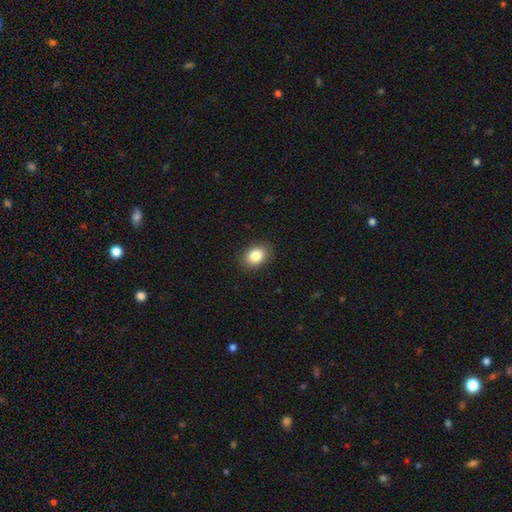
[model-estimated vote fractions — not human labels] The model was most divided on "how rounded": in between: 68%, round: 31%, cigar-shaped: 1%. More confident: merging — none (89%); smooth or featured — smooth (84%).